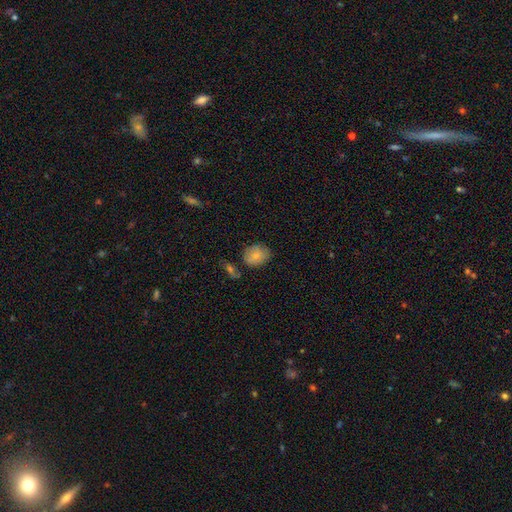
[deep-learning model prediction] Smooth or featured? Predicted: smooth (p=0.80). How rounded? Predicted: round (p=0.56). Merging? Predicted: none (p=0.69).